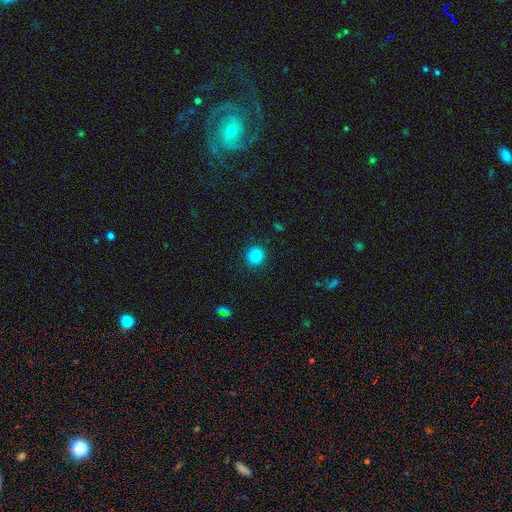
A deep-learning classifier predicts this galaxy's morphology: The model was most divided on "smooth or featured": smooth: 86%, star or artifact: 11%, featured or disk: 3%. More confident: how rounded — round (94%); merging — none (91%).